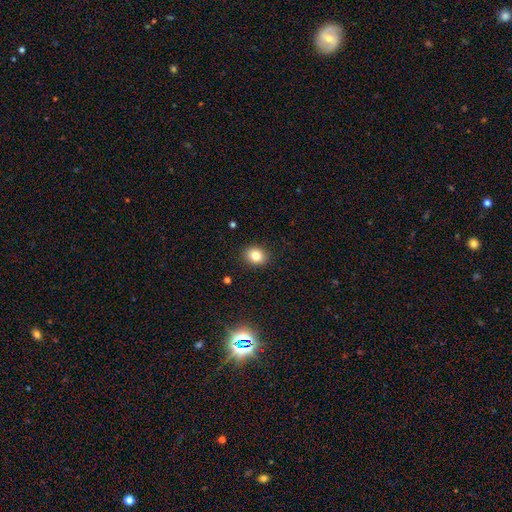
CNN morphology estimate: Smooth or featured? Predicted: smooth (p=0.83). How rounded? Predicted: round (p=0.55). Merging? Predicted: none (p=0.90).